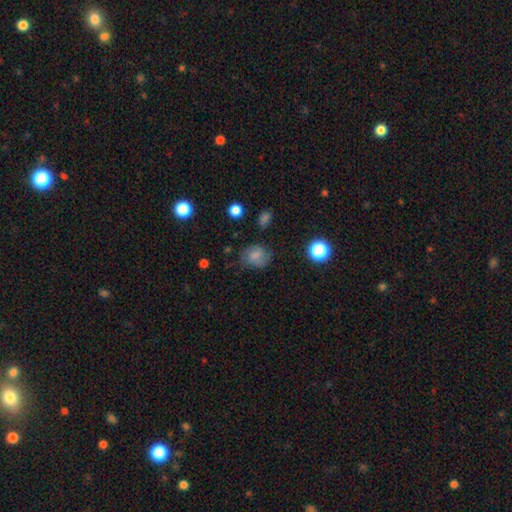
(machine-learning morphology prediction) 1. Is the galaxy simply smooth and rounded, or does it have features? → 73% smooth, 14% featured or disk, 13% star or artifact.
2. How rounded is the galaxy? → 63% round, 36% in between, 1% cigar-shaped.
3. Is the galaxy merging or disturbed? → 63% none, 25% minor disturbance, 9% major disturbance, 2% merger.